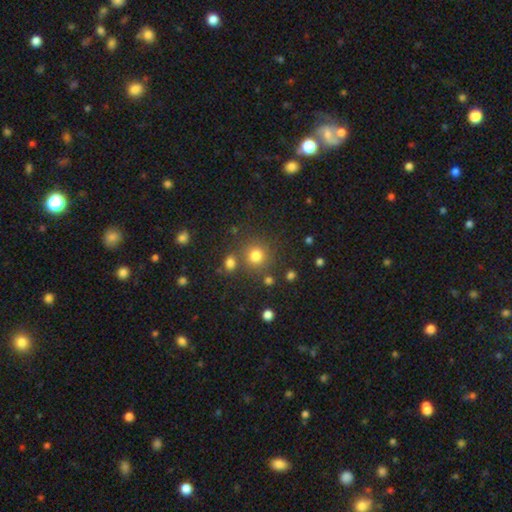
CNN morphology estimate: The model was most divided on "smooth or featured": smooth: 78%, star or artifact: 15%, featured or disk: 8%. More confident: how rounded — round (90%); merging — none (76%).